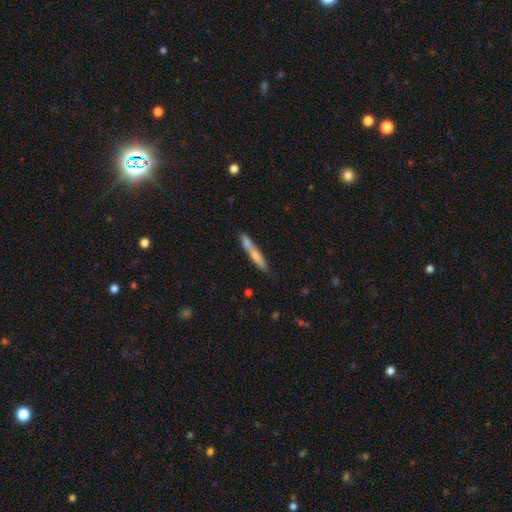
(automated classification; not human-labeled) This appears to be a smooth galaxy with no disk features (66%) that is cigar-shaped (91%). Merging: none (59%).